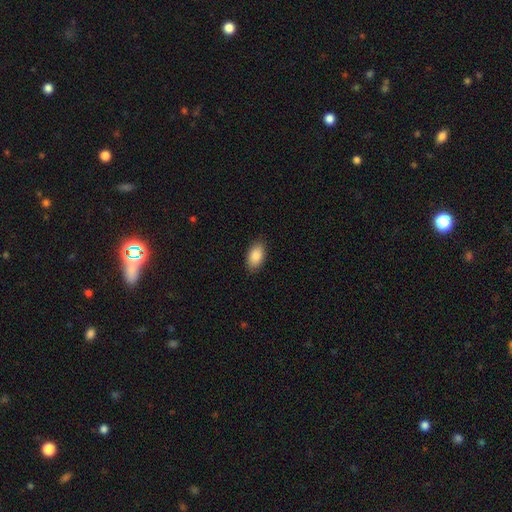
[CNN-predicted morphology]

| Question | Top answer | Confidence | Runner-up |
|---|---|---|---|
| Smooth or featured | smooth | 88% | star or artifact (7%) |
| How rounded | in between | 93% | round (5%) |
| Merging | none | 87% | minor disturbance (9%) |